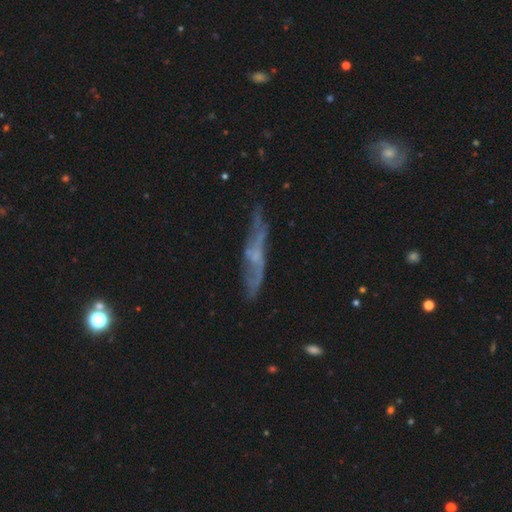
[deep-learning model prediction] A featured or disk galaxy (63%) viewed edge-on (58%).

Vote fractions:
- Smooth or featured? featured or disk: 63% / smooth: 27% / star or artifact: 10%
- Edge-on disk? yes: 58% / no: 42%
- Merging? none: 61% / minor disturbance: 24% / major disturbance: 11% / merger: 4%